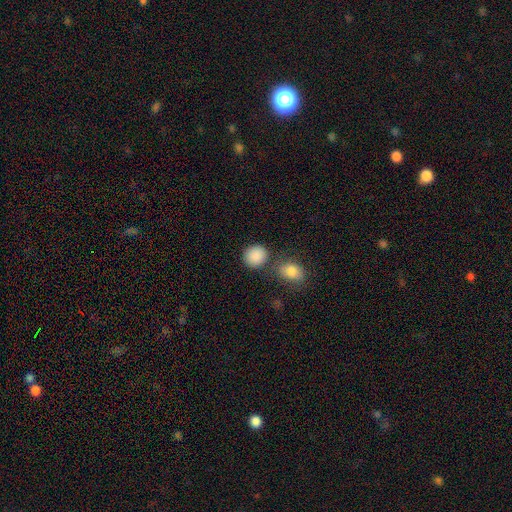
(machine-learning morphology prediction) Smooth or featured? Predicted: smooth (p=0.89). How rounded? Predicted: round (p=0.78). Merging? Predicted: none (p=0.76).